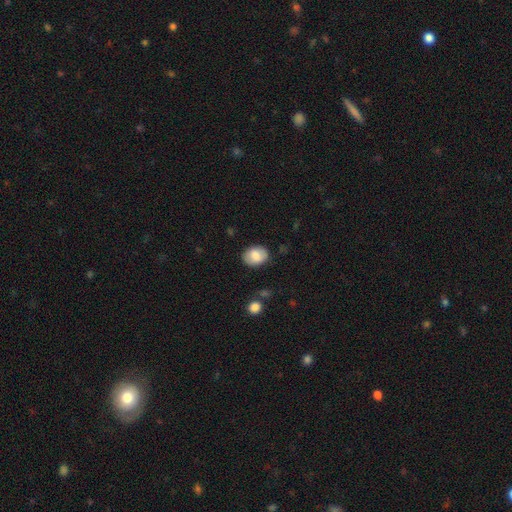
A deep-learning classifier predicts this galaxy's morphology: This is likely a smooth galaxy (78%). How rounded: likely in between (72%). Merging: clearly none (82%).